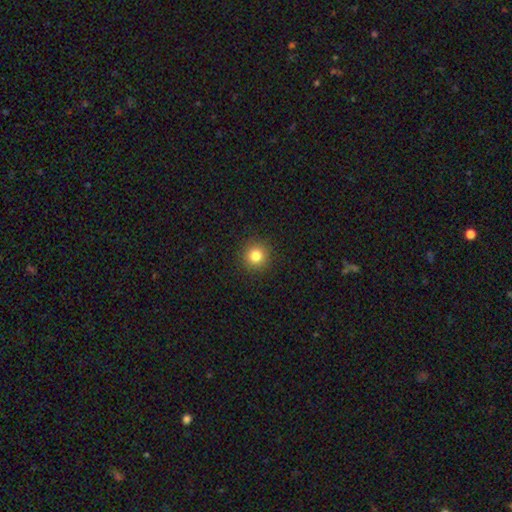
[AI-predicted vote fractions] Q: Smooth or featured?
A: smooth (82%); runner-up: star or artifact (12%)
Q: How rounded?
A: round (95%); runner-up: in between (4%)
Q: Merging?
A: none (92%); runner-up: minor disturbance (5%)